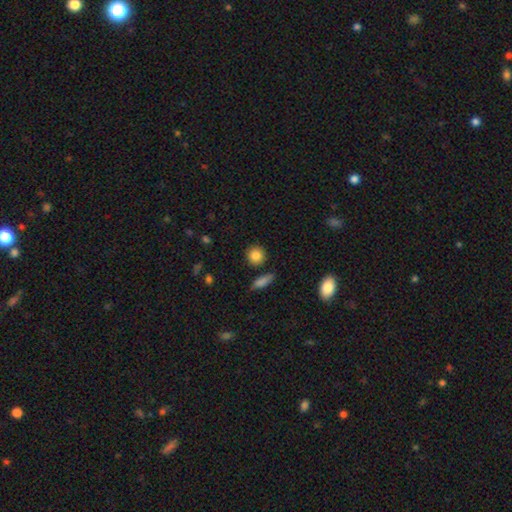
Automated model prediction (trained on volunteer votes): Smooth or featured?
  - smooth: 85% *
  - star or artifact: 9%
  - featured or disk: 6%
How rounded?
  - round: 88% *
  - in between: 11%
  - cigar-shaped: 2%
Merging?
  - none: 86% *
  - minor disturbance: 9%
  - merger: 4%
  - major disturbance: 2%